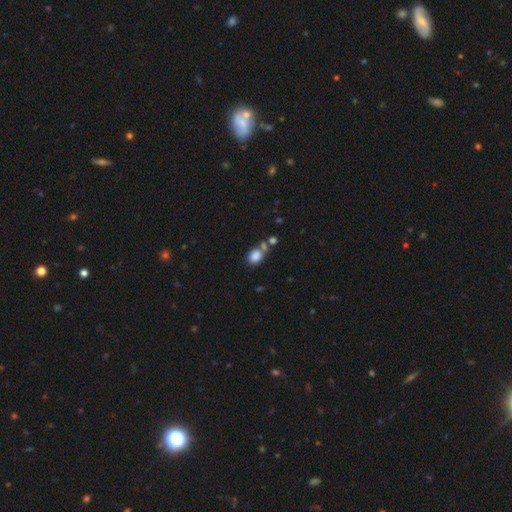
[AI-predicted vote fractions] This is clearly a smooth galaxy (84%). How rounded: likely in between (61%). Merging: possibly none (51%).